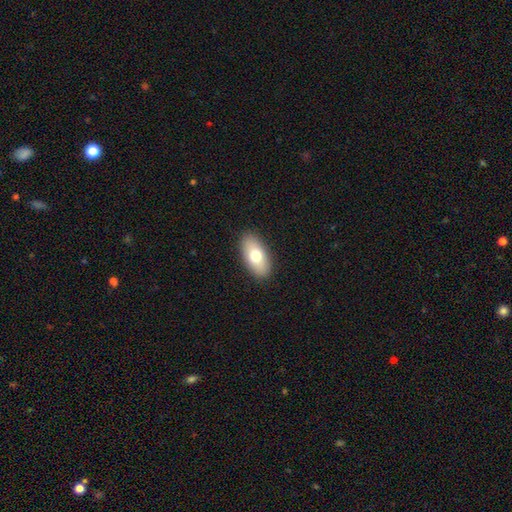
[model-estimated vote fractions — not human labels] This is likely a smooth galaxy (72%). How rounded: clearly in between (91%). Merging: clearly none (89%).